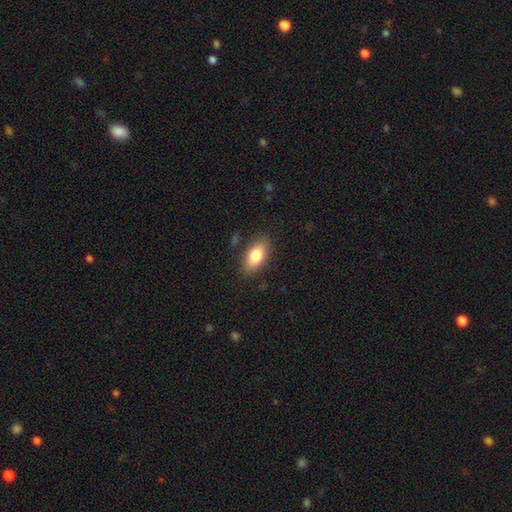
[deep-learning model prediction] Smooth or featured? Predicted: smooth (p=0.80). How rounded? Predicted: in between (p=0.87). Merging? Predicted: none (p=0.85).